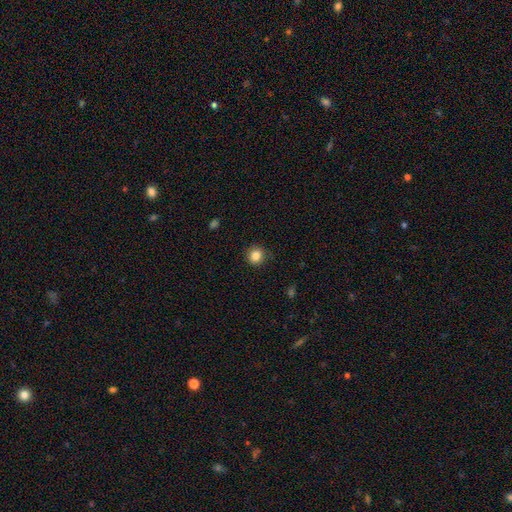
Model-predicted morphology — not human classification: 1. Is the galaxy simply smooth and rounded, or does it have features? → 85% smooth, 11% star or artifact, 5% featured or disk.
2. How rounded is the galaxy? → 90% round, 9% in between, 1% cigar-shaped.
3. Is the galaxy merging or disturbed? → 87% none, 9% minor disturbance, 3% major disturbance, 1% merger.